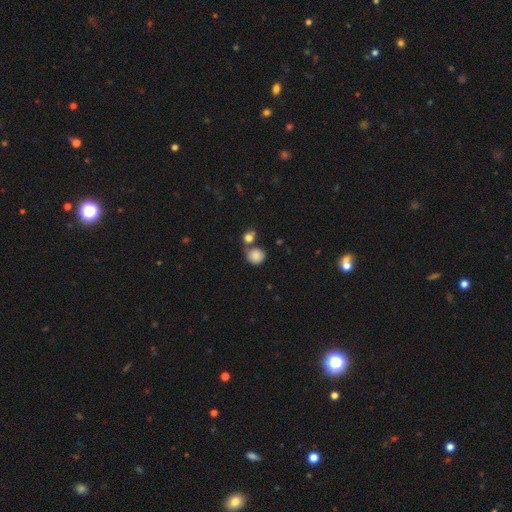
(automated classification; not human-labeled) Smooth or featured: smooth — 85% (star or artifact — 9%)
How rounded: round — 84% (in between — 15%)
Merging: none — 53% (merger — 31%)